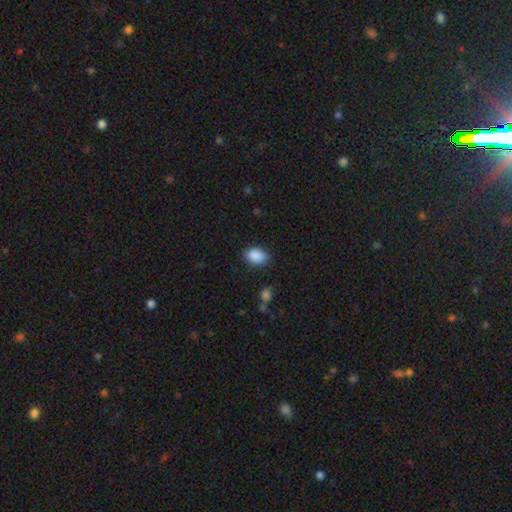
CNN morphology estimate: Smooth or featured: smooth — 89% (star or artifact — 8%)
How rounded: in between — 85% (round — 14%)
Merging: none — 83% (minor disturbance — 12%)